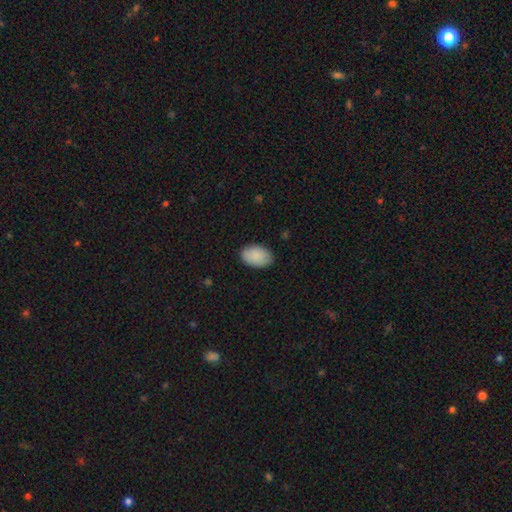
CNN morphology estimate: The model was most divided on "merging": none: 86%, minor disturbance: 11%, major disturbance: 2%, merger: 1%. More confident: smooth or featured — smooth (90%); how rounded — in between (89%).